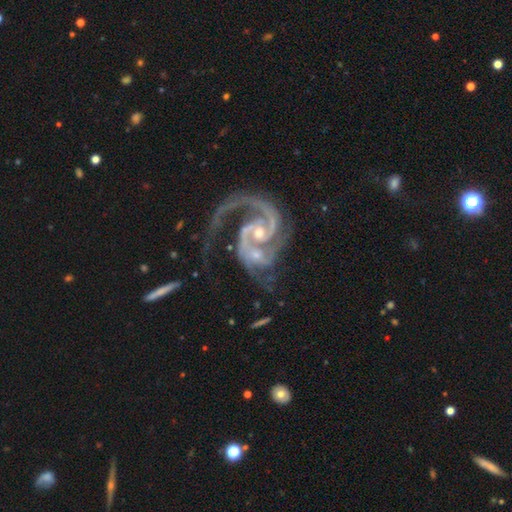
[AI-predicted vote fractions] smooth-or-featured: featured or disk: 91% | star or artifact: 5% | smooth: 5%
  disk-edge-on: no: 98% | yes: 2%
    bar: no: 60% | weak: 30% | strong: 10%
    has-spiral-arms: yes: 97% | no: 3%
      spiral-winding: medium: 51% | tight: 27% | loose: 22%
      spiral-arm-count: 2: 64% | 3: 13% | can't tell: 8% | 1: 7% | 4: 4% | more than 4: 4%
    bulge-size: moderate: 51% | small: 41% | large: 4% | none: 3% | dominant: 1%
  merging: merger: 42% | none: 24% | major disturbance: 22% | minor disturbance: 13%